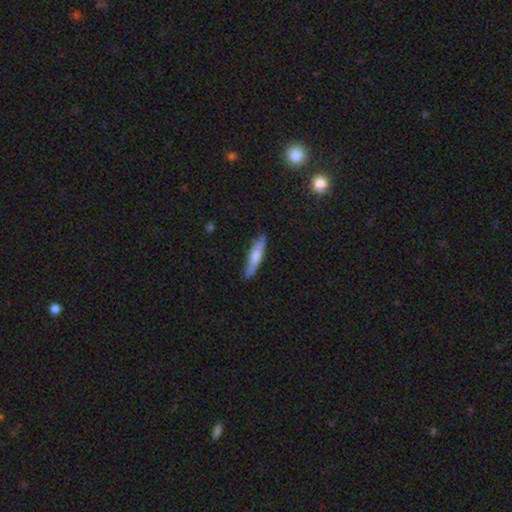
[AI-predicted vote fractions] This appears to be a smooth galaxy with no disk features (62%) that is cigar-shaped (89%). Merging: none (84%).